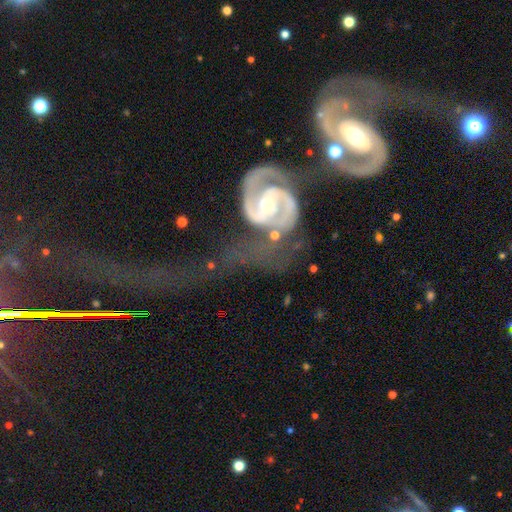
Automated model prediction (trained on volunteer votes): Smooth or featured? featured or disk (87%)
Edge-on disk? no (95%)
Bar? weak (40%)
Spiral arms? yes (95%)
Spiral winding? medium (42%)
Spiral arm count? 2 (82%)
Bulge size? moderate (55%)
Merging? merger (48%)